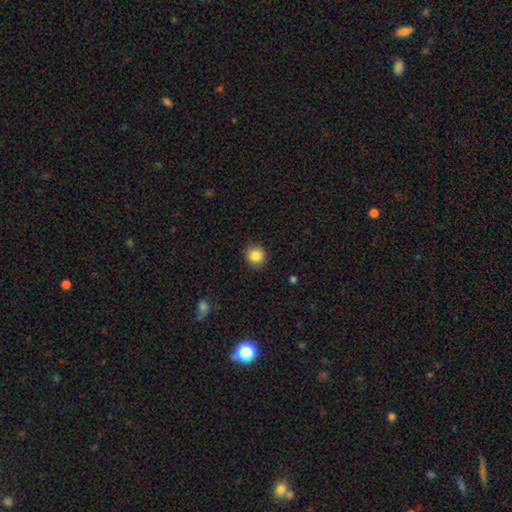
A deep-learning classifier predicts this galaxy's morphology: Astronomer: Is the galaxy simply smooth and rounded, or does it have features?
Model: smooth — 86%.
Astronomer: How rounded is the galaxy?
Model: round — 89%.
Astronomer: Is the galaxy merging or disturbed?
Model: none — 90%.